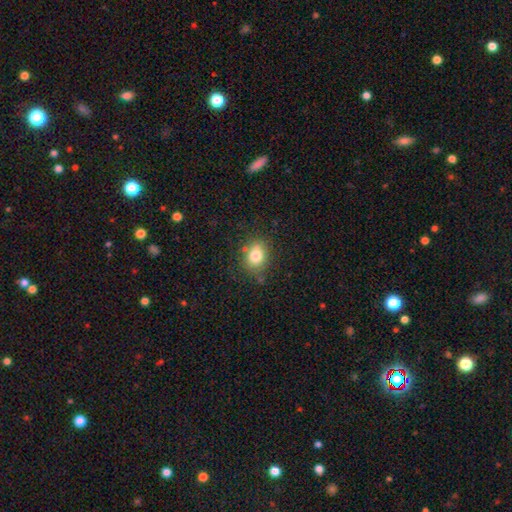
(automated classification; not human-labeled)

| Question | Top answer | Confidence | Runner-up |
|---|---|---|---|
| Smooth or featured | smooth | 80% | star or artifact (11%) |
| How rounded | in between | 54% | round (45%) |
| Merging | none | 75% | minor disturbance (17%) |